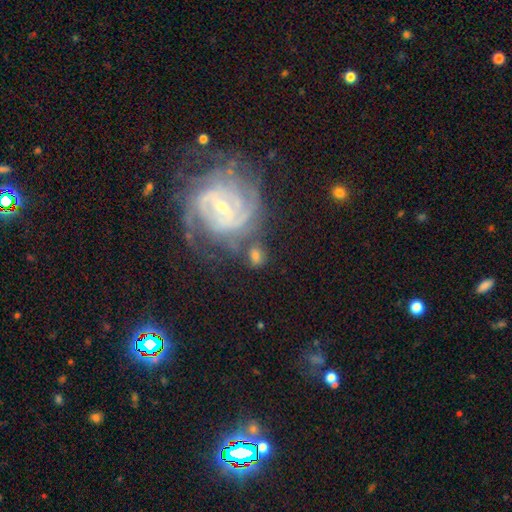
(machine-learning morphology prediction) The model was most divided on "smooth or featured": smooth: 46%, featured or disk: 43%, star or artifact: 11%. More confident: merging — none (59%).